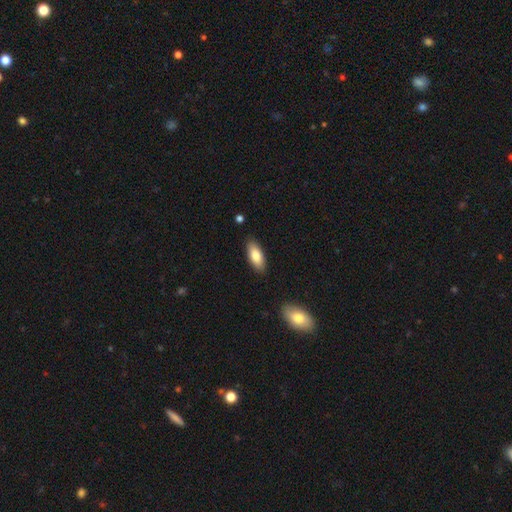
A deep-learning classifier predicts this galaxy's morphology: This appears to be a smooth galaxy with no disk features (81%) that is in between round and cigar-shaped (83%). Merging: none (87%).